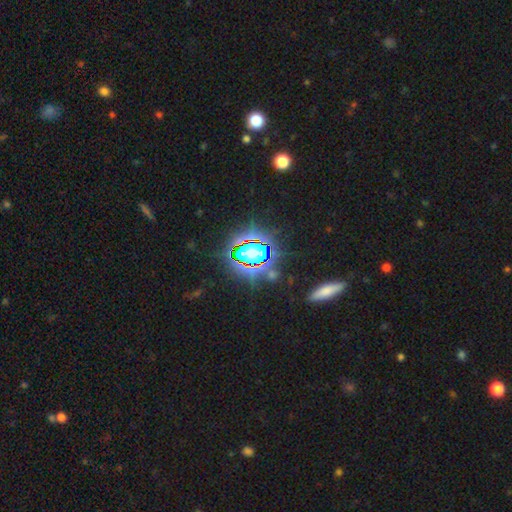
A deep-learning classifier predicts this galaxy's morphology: Smooth or featured? star or artifact (76%)